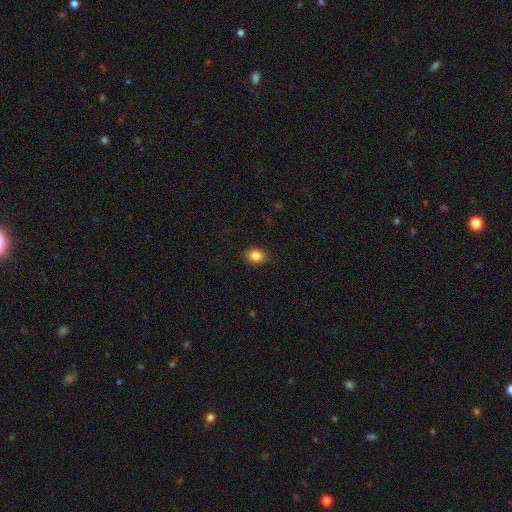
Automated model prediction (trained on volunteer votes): smooth-or-featured: smooth: 85% | star or artifact: 9% | featured or disk: 5%
  how-rounded: in between: 60% | round: 39% | cigar-shaped: 1%
  merging: none: 87% | minor disturbance: 10% | major disturbance: 2% | merger: 1%